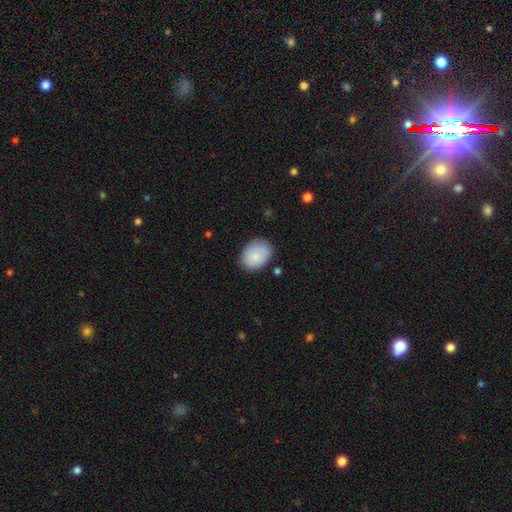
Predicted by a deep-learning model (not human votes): A smooth galaxy with no disk features (82%) that is in between round and cigar-shaped (68%).

Vote fractions:
- Smooth or featured? smooth: 82% / featured or disk: 12% / star or artifact: 6%
- How rounded? in between: 68% / round: 31% / cigar-shaped: 1%
- Merging? none: 77% / minor disturbance: 17% / major disturbance: 4% / merger: 2%